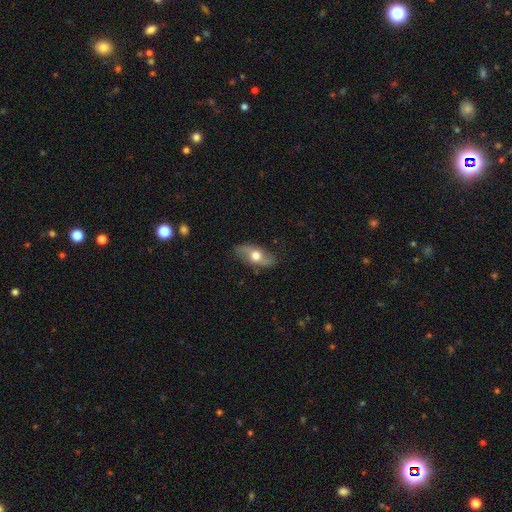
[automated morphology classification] A featured or disk galaxy (47%).

Vote fractions:
- Smooth or featured? featured or disk: 47% / smooth: 46% / star or artifact: 6%
- Merging? none: 81% / minor disturbance: 15% / major disturbance: 3% / merger: 1%